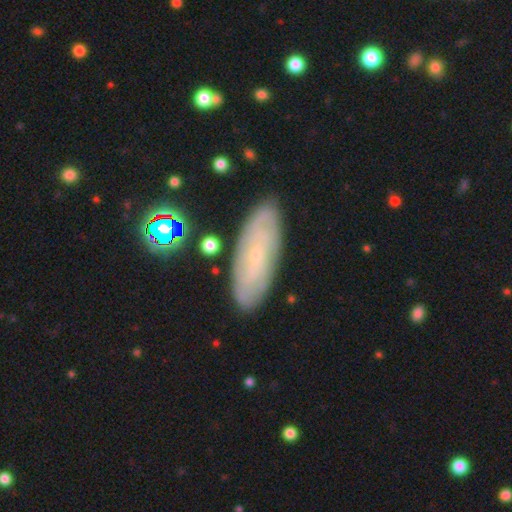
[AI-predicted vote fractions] Smooth or featured: featured or disk — 60% (smooth — 30%)
Edge-on disk: no — 83% (yes — 17%)
Bar: no — 75% (weak — 20%)
Spiral arms: yes — 80% (no — 20%)
Bulge size: small — 85% (moderate — 9%)
Merging: none — 84% (minor disturbance — 11%)